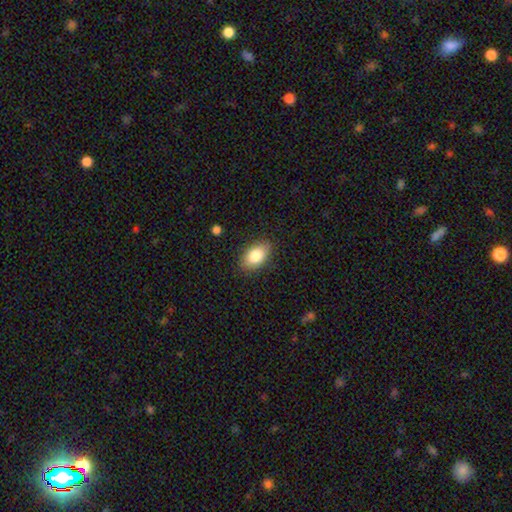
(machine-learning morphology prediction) smooth-or-featured: smooth: 82% | featured or disk: 11% | star or artifact: 7%
  how-rounded: in between: 90% | round: 7% | cigar-shaped: 2%
  merging: none: 86% | minor disturbance: 11% | major disturbance: 2% | merger: 1%